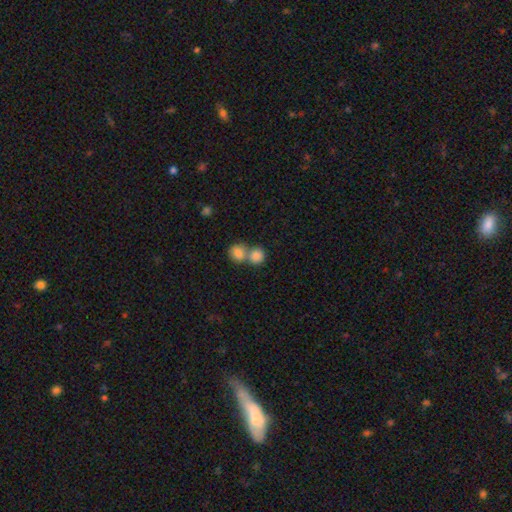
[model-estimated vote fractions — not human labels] Morphology: type=smooth (84%); roundness=round (80%); merging=merger (59%).